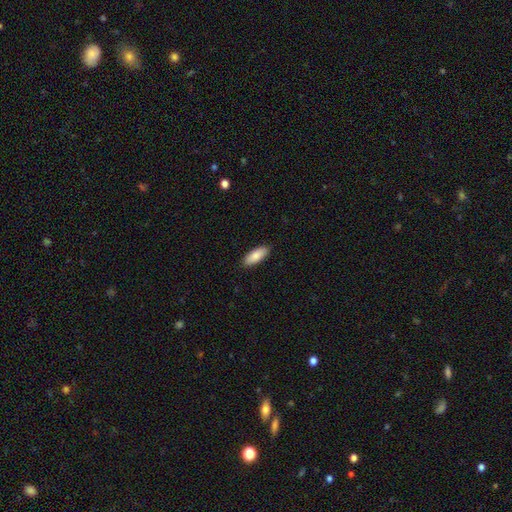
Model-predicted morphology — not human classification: smooth 86%, featured or disk 9%, star or artifact 6%. Down the decision tree: how rounded — in between (79%); merging — none (89%).